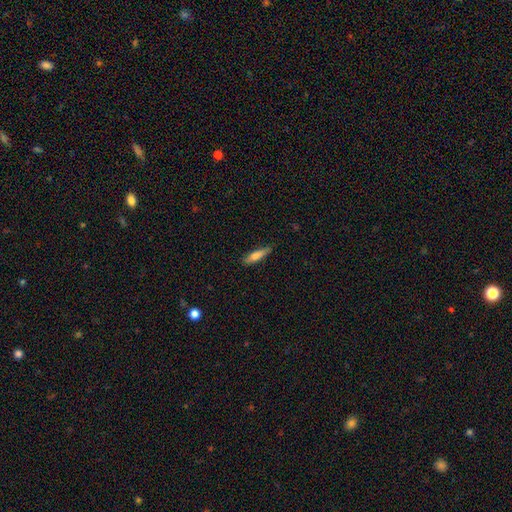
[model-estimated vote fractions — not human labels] smooth-or-featured: smooth: 70% | featured or disk: 24% | star or artifact: 6%
  how-rounded: cigar-shaped: 78% | in between: 20% | round: 2%
  merging: none: 82% | minor disturbance: 14% | major disturbance: 2% | merger: 1%